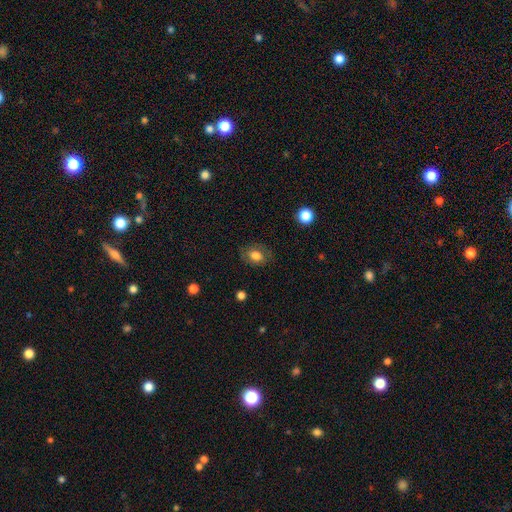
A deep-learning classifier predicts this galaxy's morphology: The model was most divided on "how rounded": in between: 70%, round: 29%, cigar-shaped: 1%. More confident: merging — none (78%); smooth or featured — smooth (74%).